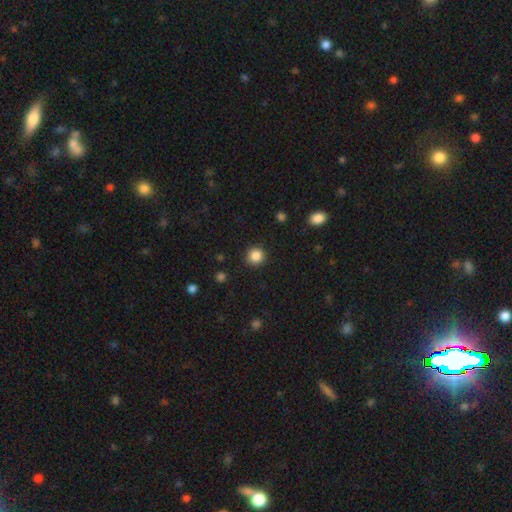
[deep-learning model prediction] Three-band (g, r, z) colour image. It shows a smooth galaxy with no disk features (86%) that is round (94%). Merging: none (91%).